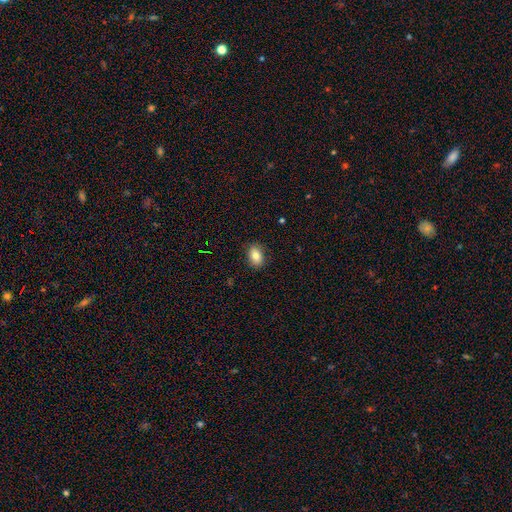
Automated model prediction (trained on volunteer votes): A smooth galaxy with no disk features (83%) that is in between round and cigar-shaped (82%).

Vote fractions:
- Smooth or featured? smooth: 83% / featured or disk: 9% / star or artifact: 9%
- How rounded? in between: 82% / round: 16% / cigar-shaped: 2%
- Merging? none: 86% / minor disturbance: 11% / major disturbance: 2% / merger: 1%